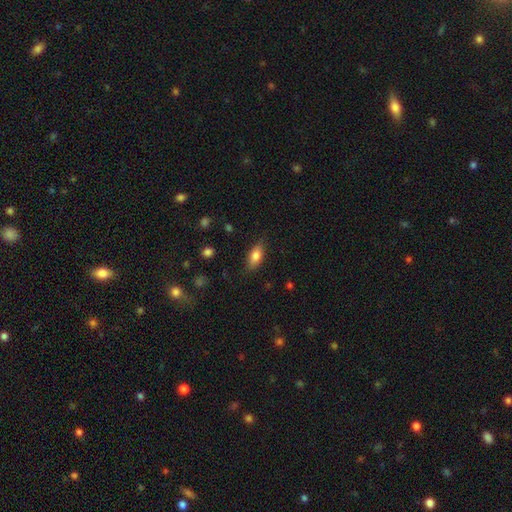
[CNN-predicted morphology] A smooth galaxy with no disk features (80%) that is in between round and cigar-shaped (85%).

Vote fractions:
- Smooth or featured? smooth: 80% / featured or disk: 13% / star or artifact: 7%
- How rounded? in between: 85% / cigar-shaped: 12% / round: 4%
- Merging? none: 81% / minor disturbance: 14% / major disturbance: 3% / merger: 1%